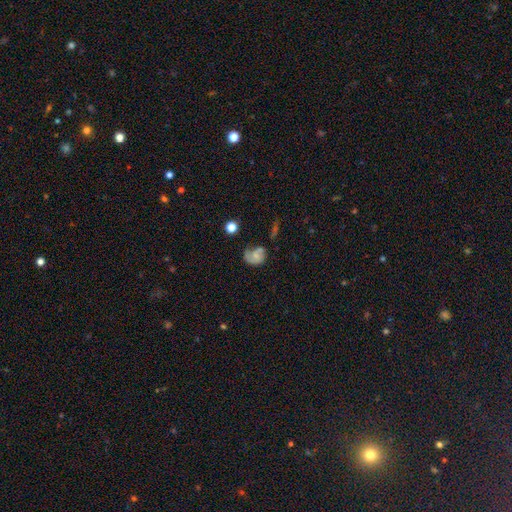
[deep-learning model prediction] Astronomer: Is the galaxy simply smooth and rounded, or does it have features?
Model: smooth — 50% (runner-up: featured or disk, 38%).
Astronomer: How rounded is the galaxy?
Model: in between — 50% (runner-up: round, 49%).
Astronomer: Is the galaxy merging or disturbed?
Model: none — 34% (runner-up: major disturbance, 27%).